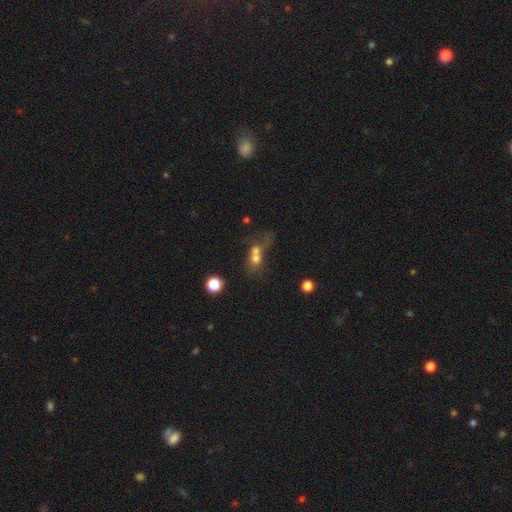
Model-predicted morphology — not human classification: A smooth galaxy with no disk features (62%) that is round (64%).

Vote fractions:
- Smooth or featured? smooth: 62% / featured or disk: 22% / star or artifact: 16%
- How rounded? round: 64% / in between: 32% / cigar-shaped: 3%
- Merging? merger: 69% / none: 16% / major disturbance: 9% / minor disturbance: 6%